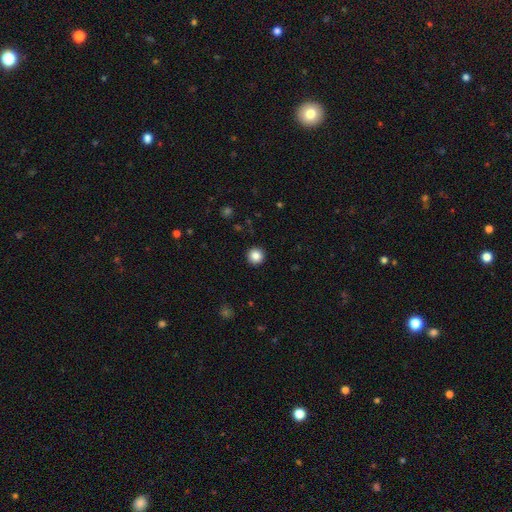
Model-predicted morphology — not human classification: A smooth galaxy with no disk features (86%) that is round (96%).

Vote fractions:
- Smooth or featured? smooth: 86% / star or artifact: 10% / featured or disk: 4%
- How rounded? round: 96% / in between: 3% / cigar-shaped: 1%
- Merging? none: 93% / minor disturbance: 4% / major disturbance: 2% / merger: 1%